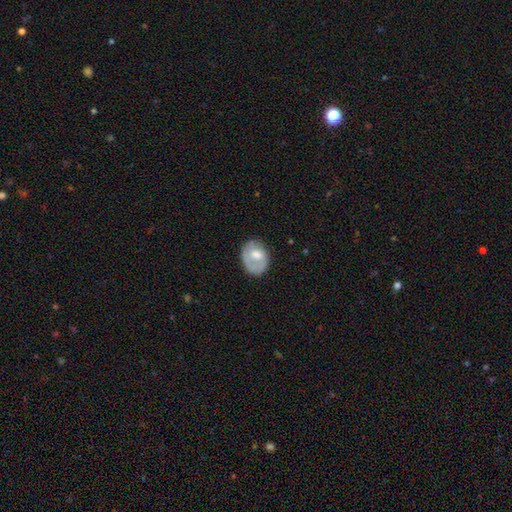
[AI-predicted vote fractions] This appears to be a smooth galaxy with no disk features (55%) that is in between round and cigar-shaped (56%). Merging: none (51%).